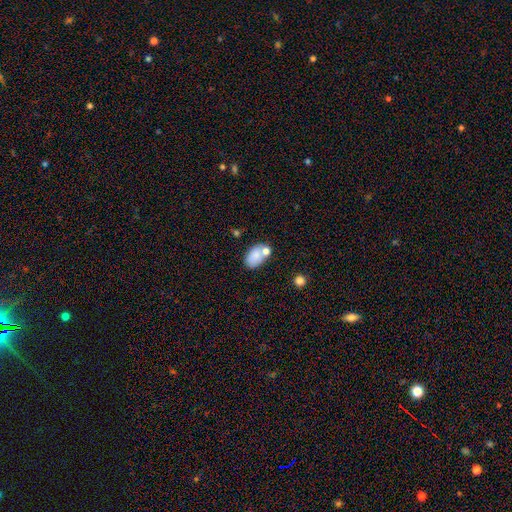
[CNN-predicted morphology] smooth-or-featured: smooth: 80% | featured or disk: 13% | star or artifact: 8%
  how-rounded: in between: 90% | round: 8% | cigar-shaped: 1%
  merging: none: 56% | merger: 23% | minor disturbance: 17% | major disturbance: 5%